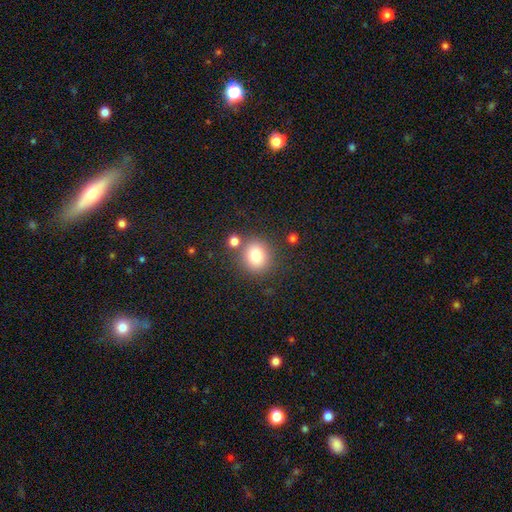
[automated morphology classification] Smooth or featured? smooth (78%)
How rounded? round (82%)
Merging? none (77%)